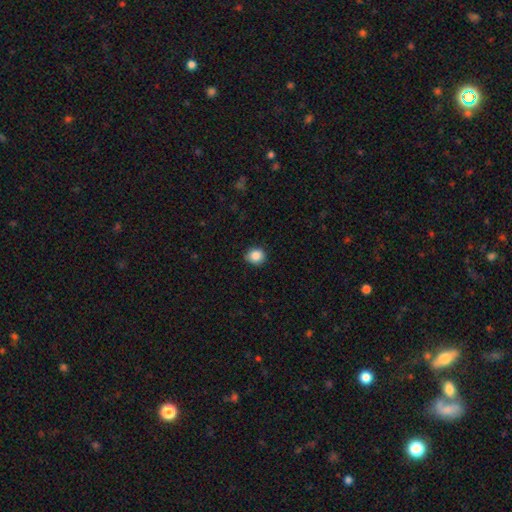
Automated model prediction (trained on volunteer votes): Overall: smooth (88%). How rounded: round (81%). Merging: none (86%).